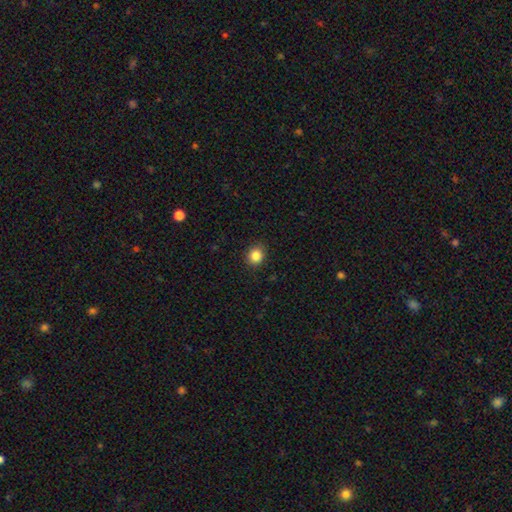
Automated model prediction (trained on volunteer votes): Smooth or featured? smooth (85%)
How rounded? round (83%)
Merging? none (90%)